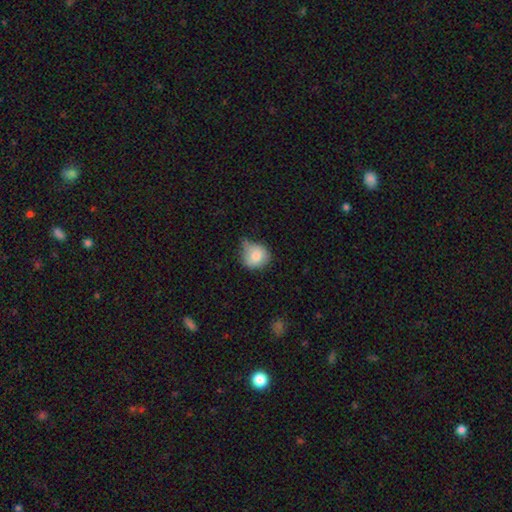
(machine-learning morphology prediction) A smooth galaxy with no disk features (80%) that is round (81%). Merging: minor disturbance (43%).